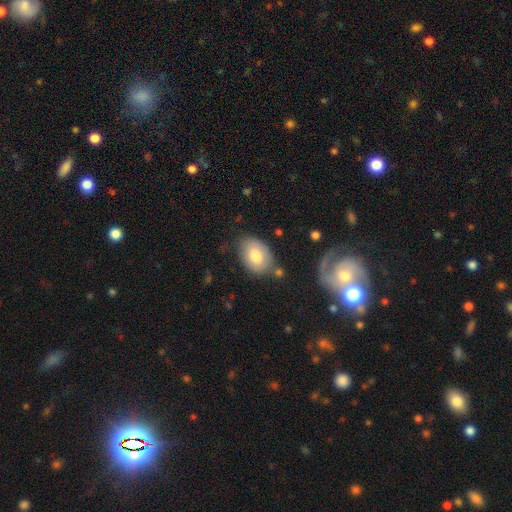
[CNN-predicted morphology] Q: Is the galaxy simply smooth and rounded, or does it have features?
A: smooth — 76%.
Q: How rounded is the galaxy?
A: in between — 82%.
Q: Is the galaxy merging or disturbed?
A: none — 69%.